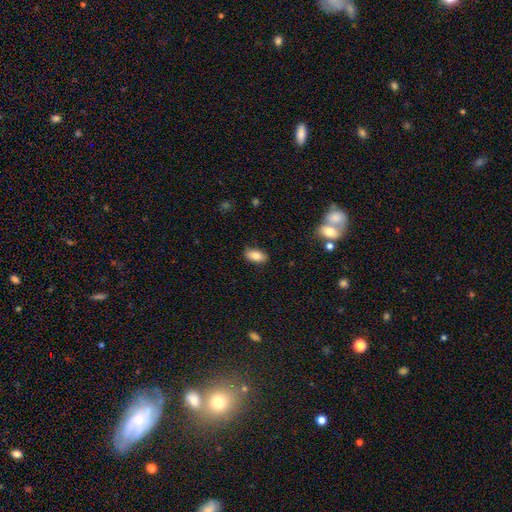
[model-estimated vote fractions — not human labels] smooth_or_featured: smooth (p=0.84) [alt: featured or disk p=0.08]
how_rounded: in between (p=0.91) [alt: cigar-shaped p=0.05]
merging: none (p=0.83) [alt: minor disturbance p=0.13]